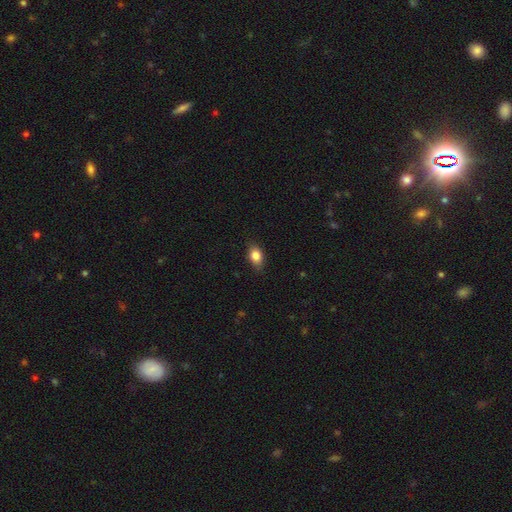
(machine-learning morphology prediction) Smooth or featured? Predicted: smooth (p=0.84). How rounded? Predicted: in between (p=0.77). Merging? Predicted: none (p=0.82).